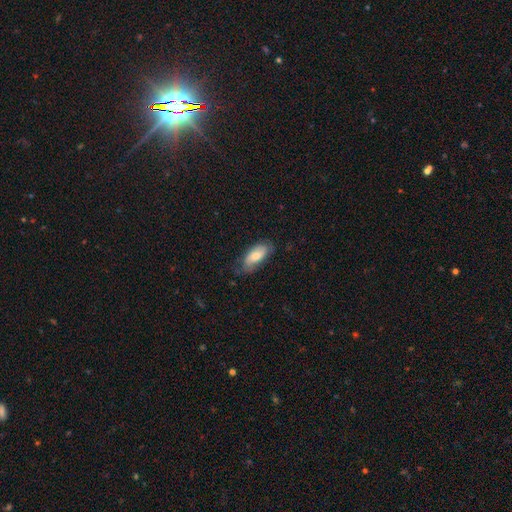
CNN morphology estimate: Smooth or featured: smooth — 70% (featured or disk — 24%)
How rounded: in between — 86% (cigar-shaped — 11%)
Merging: none — 63% (minor disturbance — 28%)